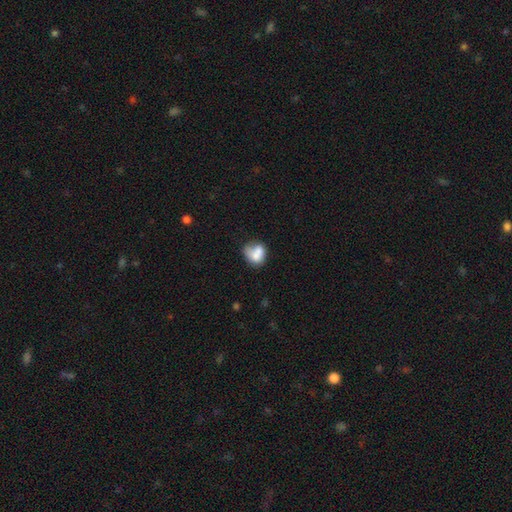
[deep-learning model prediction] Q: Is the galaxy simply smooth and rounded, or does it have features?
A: smooth — 70%.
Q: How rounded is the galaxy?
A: in between — 52%.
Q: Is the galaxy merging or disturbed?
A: merger — 44%.